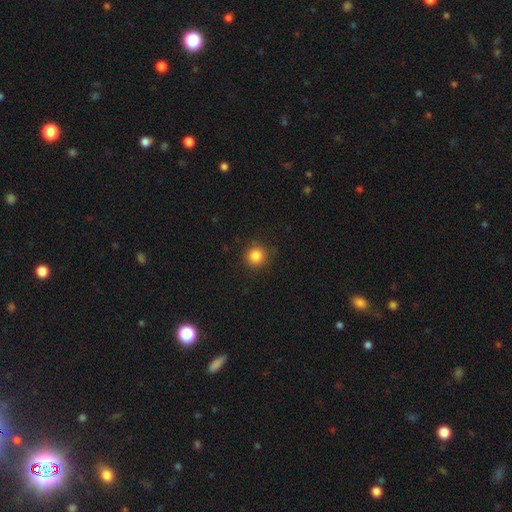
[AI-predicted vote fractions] Q: Smooth or featured?
A: smooth (85%); runner-up: star or artifact (11%)
Q: How rounded?
A: round (93%); runner-up: in between (6%)
Q: Merging?
A: none (88%); runner-up: minor disturbance (8%)